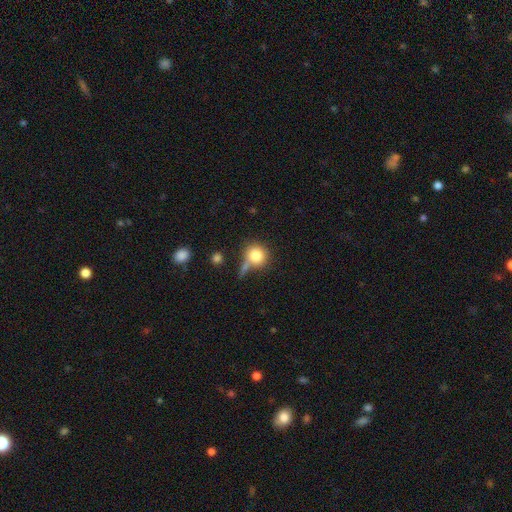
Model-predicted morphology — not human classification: Smooth or featured? Predicted: smooth (p=0.80). How rounded? Predicted: round (p=0.86). Merging? Predicted: none (p=0.53).